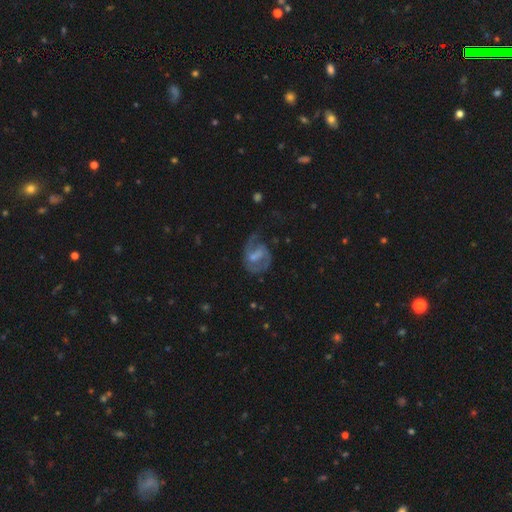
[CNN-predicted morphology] Q: Smooth or featured?
A: featured or disk (73%); runner-up: smooth (20%)
Q: Edge-on disk?
A: no (98%); runner-up: yes (2%)
Q: Bar?
A: weak (51%); runner-up: no (29%)
Q: Spiral arms?
A: yes (84%); runner-up: no (16%)
Q: Spiral winding?
A: medium (48%); runner-up: loose (26%)
Q: Spiral arm count?
A: 2 (60%); runner-up: 1 (25%)
Q: Bulge size?
A: moderate (32%); runner-up: small (30%)
Q: Merging?
A: none (44%); runner-up: major disturbance (31%)